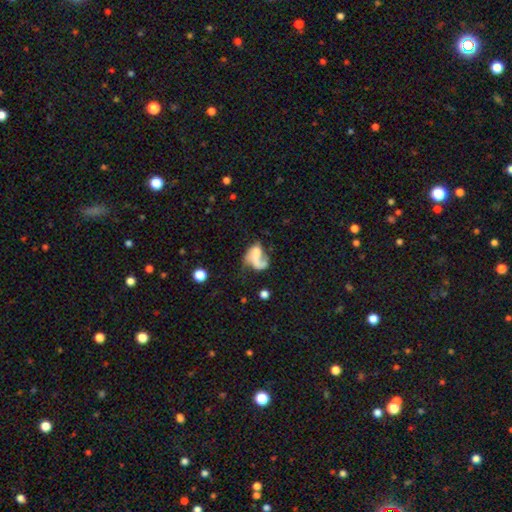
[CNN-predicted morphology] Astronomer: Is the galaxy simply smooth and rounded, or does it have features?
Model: featured or disk — 52% (runner-up: smooth, 38%).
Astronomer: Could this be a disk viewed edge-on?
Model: no — 97%.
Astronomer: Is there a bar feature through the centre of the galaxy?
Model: no — 73%.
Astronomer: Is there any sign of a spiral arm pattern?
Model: yes — 59% (runner-up: no, 41%).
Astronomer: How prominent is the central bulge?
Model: none — 51%.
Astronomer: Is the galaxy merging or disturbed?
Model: major disturbance — 43% (runner-up: none, 23%).